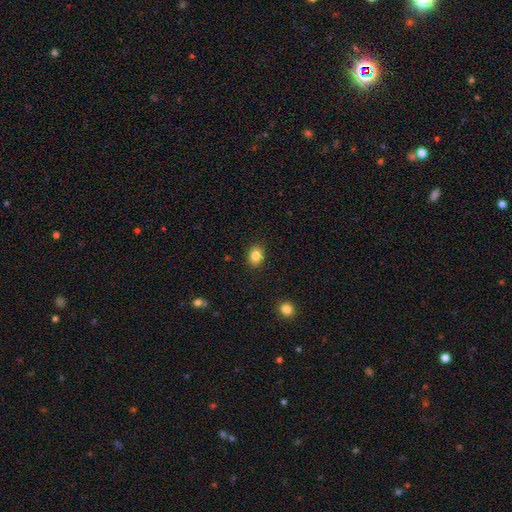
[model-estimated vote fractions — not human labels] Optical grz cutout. It shows a smooth galaxy with no disk features (85%) that is in between round and cigar-shaped (58%). Merging: none (88%).